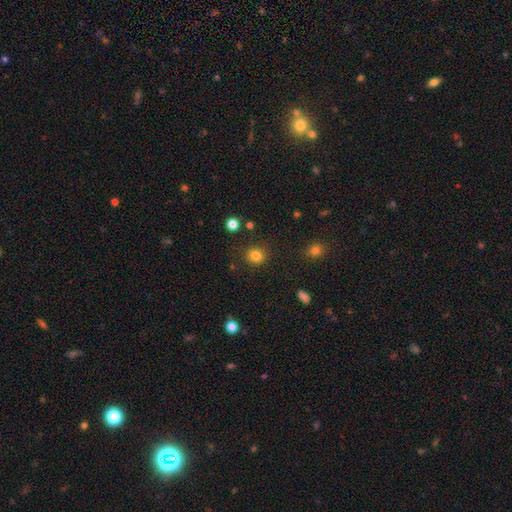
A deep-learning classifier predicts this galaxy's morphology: smooth_or_featured: smooth (p=0.82) [alt: star or artifact p=0.12]
how_rounded: round (p=0.83) [alt: in between p=0.16]
merging: none (p=0.88) [alt: minor disturbance p=0.08]